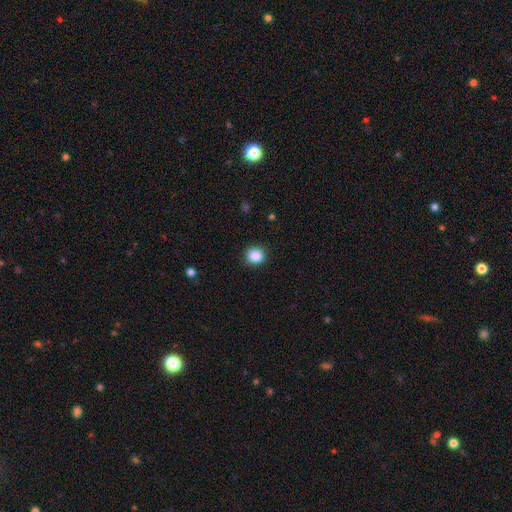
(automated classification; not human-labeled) A smooth galaxy with no disk features (86%) that is round (85%). Merging: none (89%).